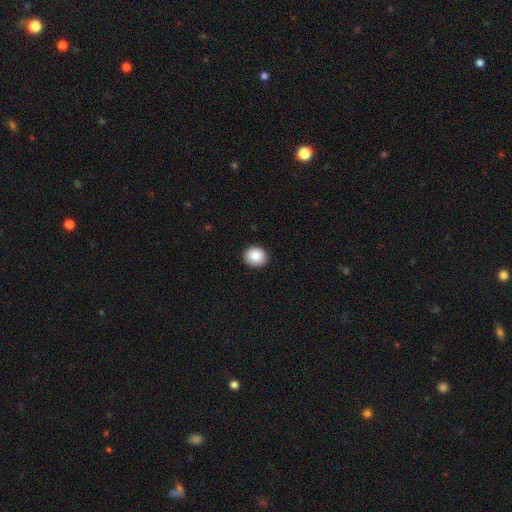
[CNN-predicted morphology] type=smooth (88%); roundness=round (77%); merging=none (91%).